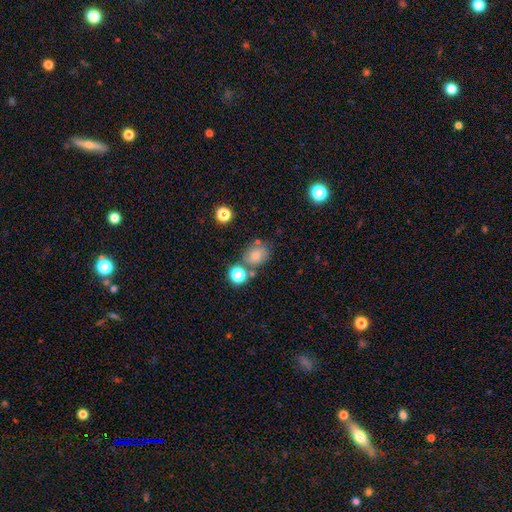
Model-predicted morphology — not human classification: A smooth galaxy with no disk features (74%) that is in between round and cigar-shaped (52%). Merging: none (62%).